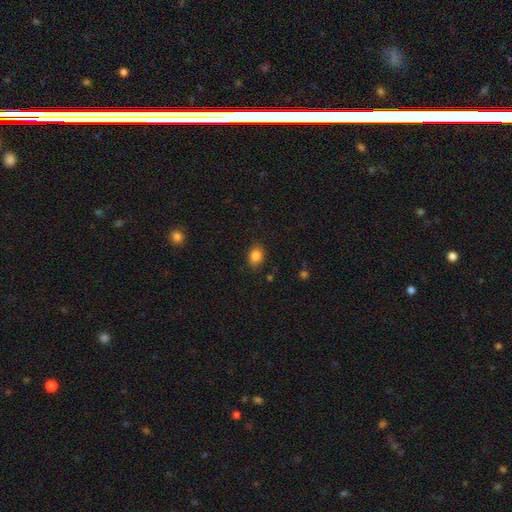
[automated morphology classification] Overall: smooth (85%). How rounded: in between (66%; round 33%). Merging: none (85%).